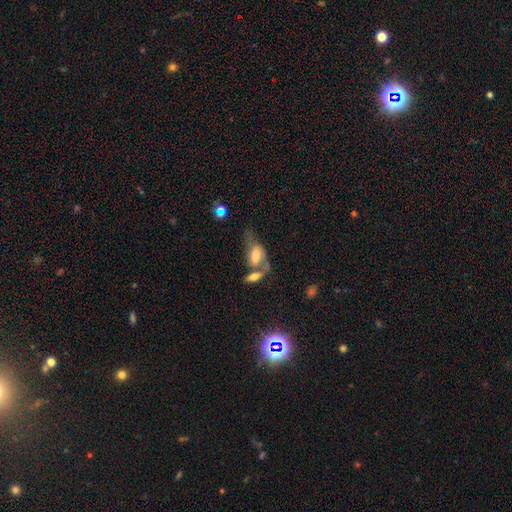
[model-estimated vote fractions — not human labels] Q: Smooth or featured?
A: smooth (51%); runner-up: featured or disk (39%)
Q: How rounded?
A: in between (86%); runner-up: cigar-shaped (7%)
Q: Merging?
A: merger (42%); runner-up: none (26%)